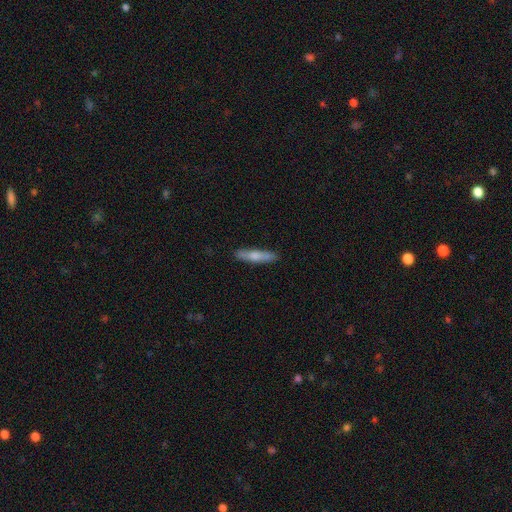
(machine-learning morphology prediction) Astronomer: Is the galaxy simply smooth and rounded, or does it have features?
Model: smooth — 69%.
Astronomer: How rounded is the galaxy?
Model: cigar-shaped — 85%.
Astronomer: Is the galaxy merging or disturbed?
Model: none — 88%.